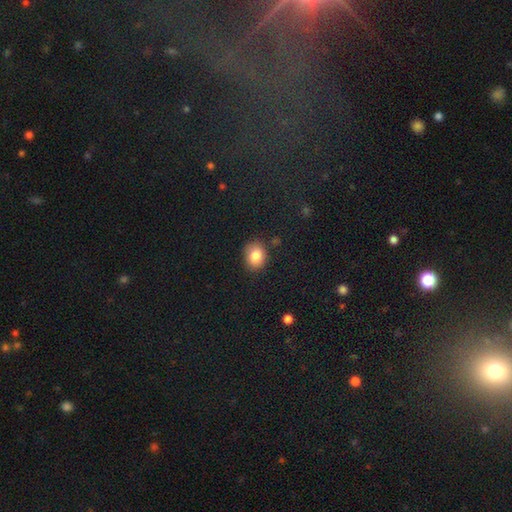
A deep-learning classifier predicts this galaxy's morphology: The model was most divided on "how rounded": round: 54%, in between: 45%, cigar-shaped: 1%. More confident: smooth or featured — smooth (83%); merging — none (82%).